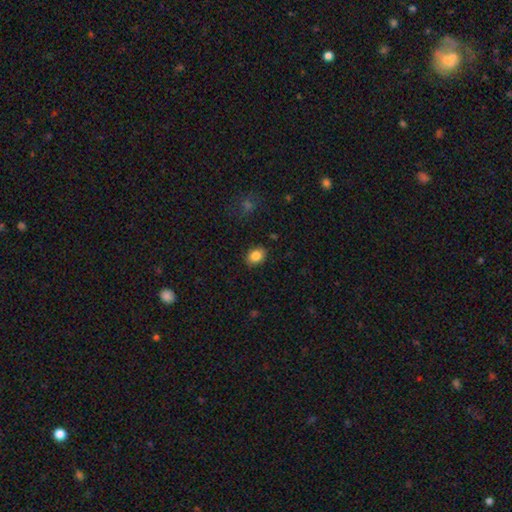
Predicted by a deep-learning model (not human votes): smooth-or-featured: smooth: 85% | star or artifact: 9% | featured or disk: 6%
  how-rounded: in between: 59% | round: 40% | cigar-shaped: 1%
  merging: none: 86% | minor disturbance: 10% | major disturbance: 3% | merger: 1%